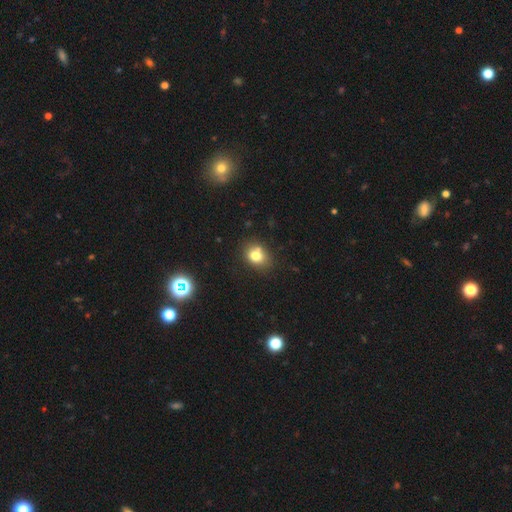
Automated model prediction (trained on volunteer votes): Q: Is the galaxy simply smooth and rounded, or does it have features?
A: smooth — 76%.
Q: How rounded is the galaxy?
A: round — 55%.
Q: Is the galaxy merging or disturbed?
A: none — 67%.